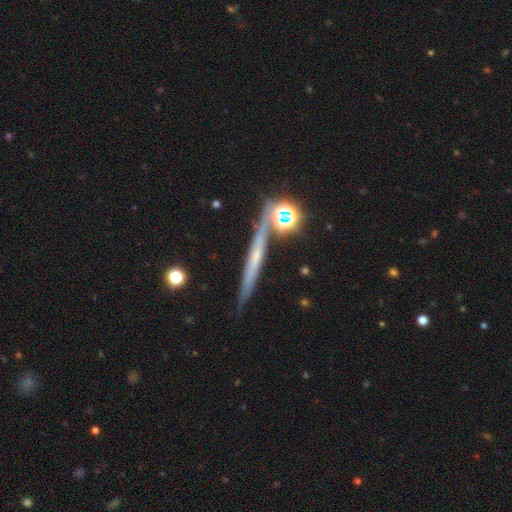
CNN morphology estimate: Overall: featured or disk (60%; smooth 27%). Edge-on disk: yes (94%). Edge-on bulge: none (66%). Merging: none (80%).